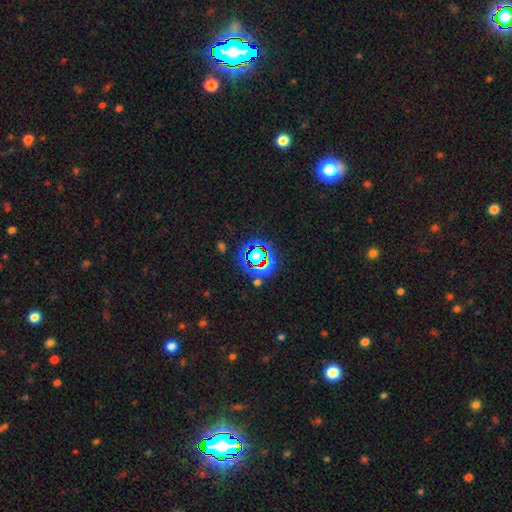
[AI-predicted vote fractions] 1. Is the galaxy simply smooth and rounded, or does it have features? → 62% star or artifact, 25% smooth, 12% featured or disk.